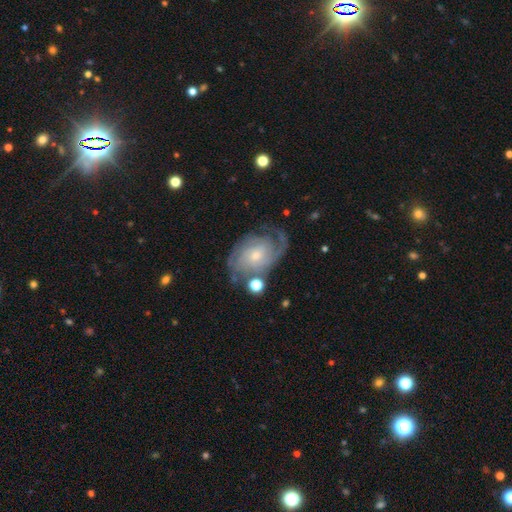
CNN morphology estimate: Smooth or featured? featured or disk (82%)
Edge-on disk? no (97%)
Bar? no (69%)
Spiral arms? yes (94%)
Spiral winding? tight (54%)
Spiral arm count? 2 (36%)
Bulge size? small (66%)
Merging? none (60%)